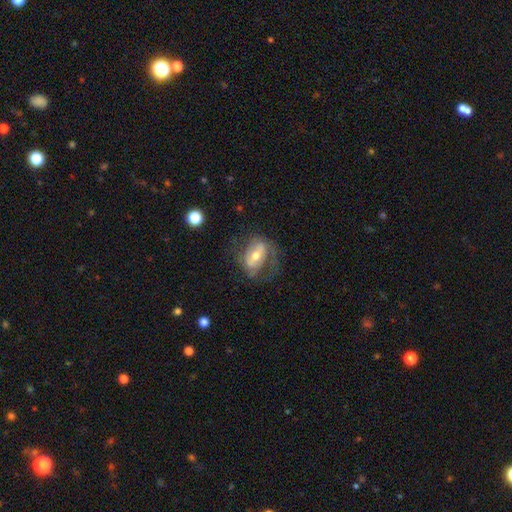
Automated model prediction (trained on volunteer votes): A featured or disk galaxy (63%) with a strong bar (36%), spiral arms (66%) and a moderate central bulge (62%).

Vote fractions:
- Smooth or featured? featured or disk: 63% / smooth: 29% / star or artifact: 8%
- Edge-on disk? no: 92% / yes: 8%
- Bar? strong: 36% / weak: 33% / no: 31%
- Spiral arms? yes: 66% / no: 34%
- Bulge size? moderate: 62% / small: 30% / large: 5% / none: 1% / dominant: 1%
- Merging? none: 46% / major disturbance: 29% / minor disturbance: 23% / merger: 2%